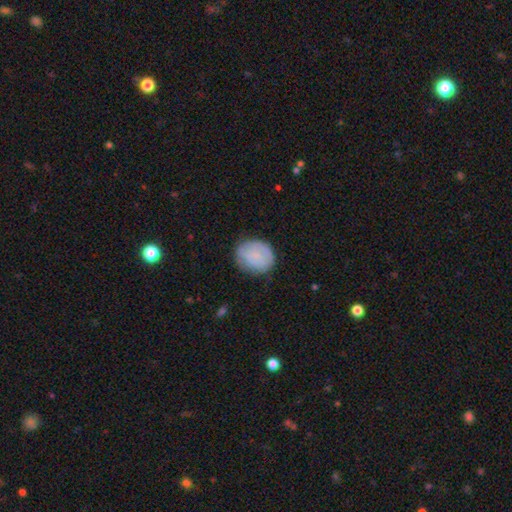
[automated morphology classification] This is likely a smooth galaxy (67%). How rounded: likely round (62%). Merging: likely none (70%).